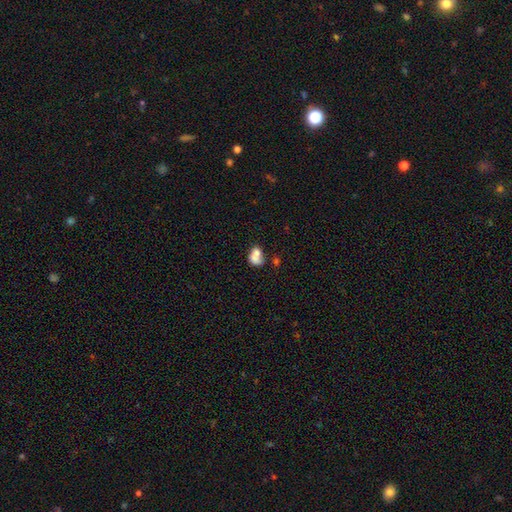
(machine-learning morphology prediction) This is likely a smooth galaxy (72%). How rounded: possibly in between (58%). Merging: possibly merger (59%).